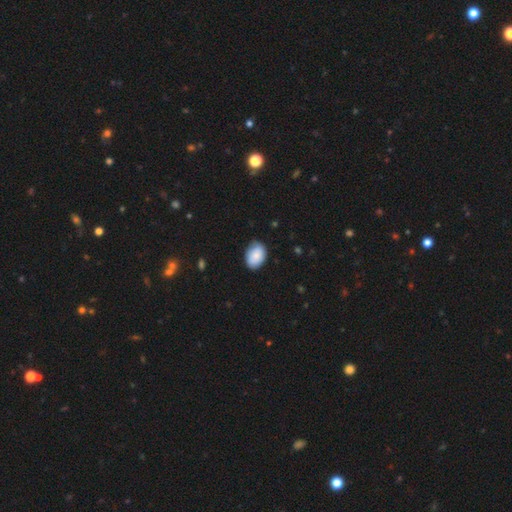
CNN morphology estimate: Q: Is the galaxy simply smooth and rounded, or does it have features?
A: smooth — 85%.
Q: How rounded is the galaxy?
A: in between — 82%.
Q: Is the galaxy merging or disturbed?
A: none — 77%.